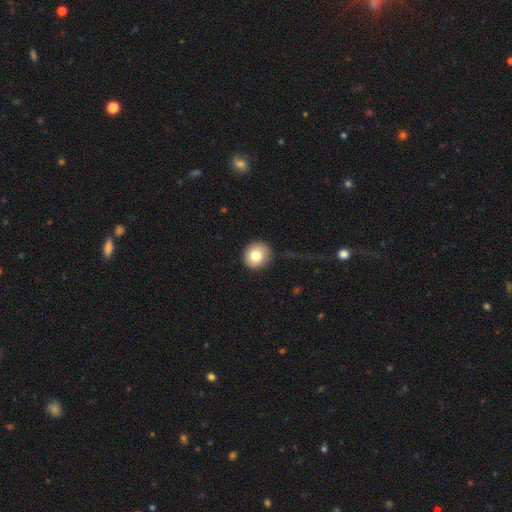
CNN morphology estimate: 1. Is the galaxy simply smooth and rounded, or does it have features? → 80% smooth, 11% featured or disk, 9% star or artifact.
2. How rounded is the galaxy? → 91% round, 9% in between, 1% cigar-shaped.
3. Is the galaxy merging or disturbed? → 87% none, 9% minor disturbance, 3% major disturbance, 1% merger.